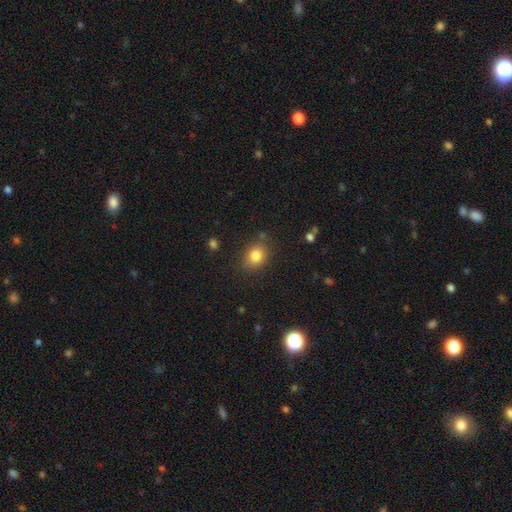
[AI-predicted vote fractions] Overall: smooth (83%). How rounded: round (53%; in between 46%). Merging: none (81%).